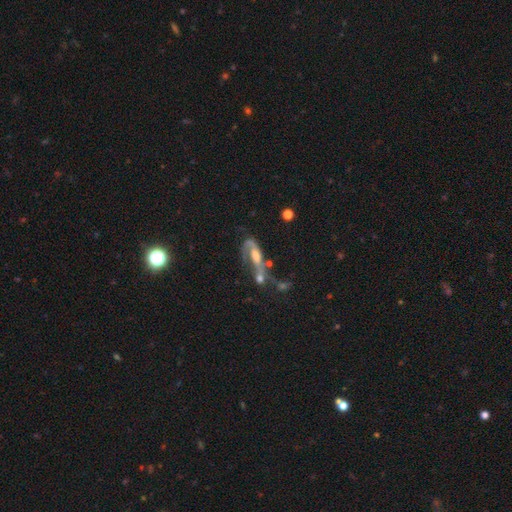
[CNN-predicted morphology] This is likely a featured or disk galaxy (66%). It is likely not viewed edge-on (80%). Bar: possibly no (53%). Spiral arm pattern: likely yes (71%). Central bulge: marginally moderate (43%). Merging: marginally merger (35%).